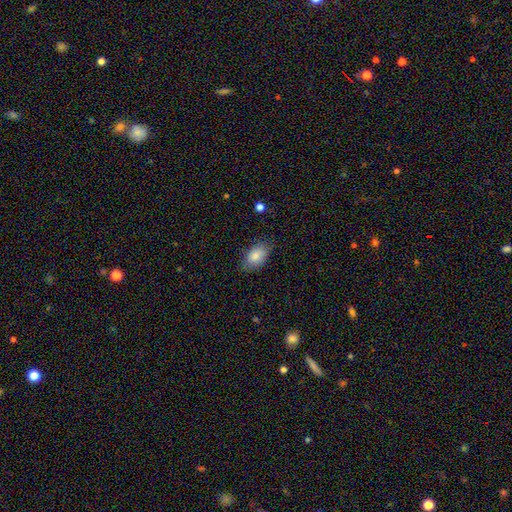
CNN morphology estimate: The model was most divided on "merging": none: 77%, minor disturbance: 18%, major disturbance: 4%, merger: 1%. More confident: how rounded — in between (90%); smooth or featured — smooth (84%).